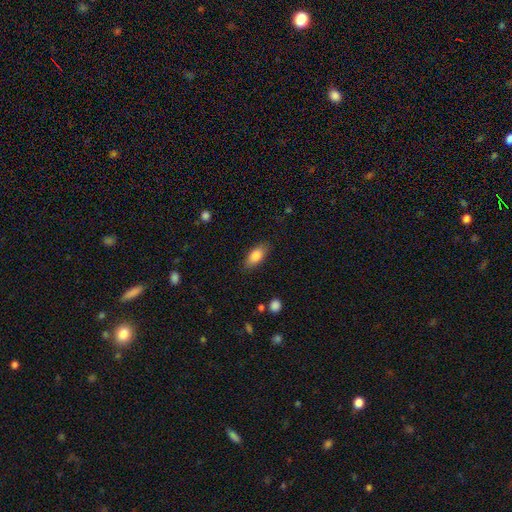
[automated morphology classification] The model was most divided on "merging": none: 84%, minor disturbance: 11%, major disturbance: 3%, merger: 1%. More confident: how rounded — in between (88%); smooth or featured — smooth (84%).